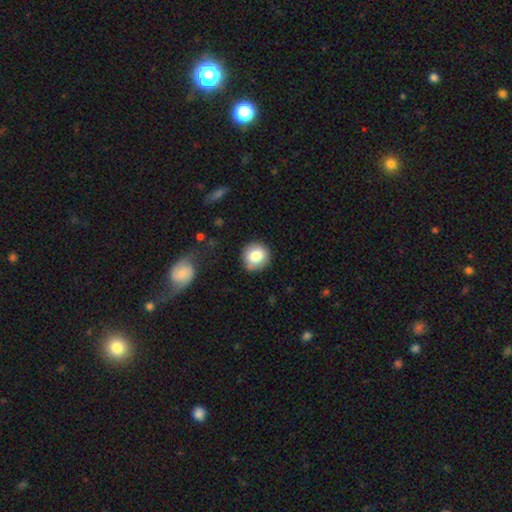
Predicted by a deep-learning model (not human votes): This appears to be a smooth galaxy with no disk features (81%) that is round (89%). Merging: none (85%).